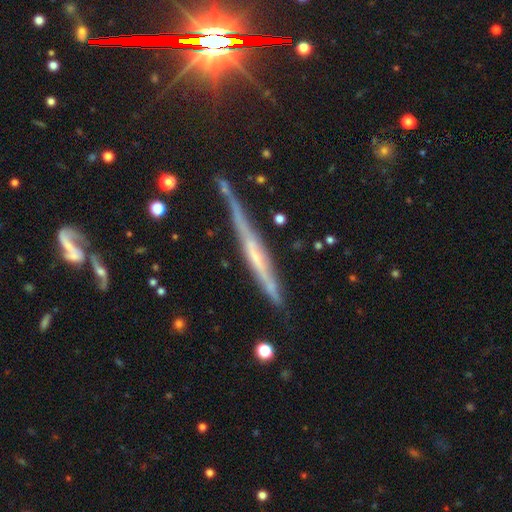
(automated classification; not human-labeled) Smooth or featured?
  - featured or disk: 67% *
  - smooth: 23%
  - star or artifact: 10%
Edge-on disk?
  - yes: 95% *
  - no: 5%
Edge-on bulge?
  - none: 65% *
  - rounded: 22%
  - boxy: 13%
Merging?
  - none: 73% *
  - minor disturbance: 19%
  - major disturbance: 4%
  - merger: 4%